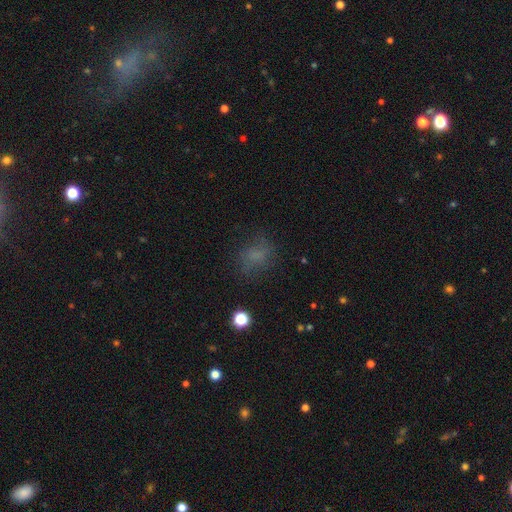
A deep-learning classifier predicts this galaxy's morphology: smooth 64%, star or artifact 20%, featured or disk 16%. Down the decision tree: how rounded — in between (49%); merging — none (68%).